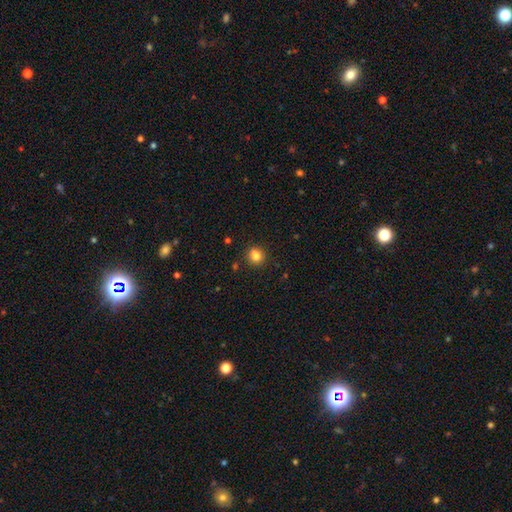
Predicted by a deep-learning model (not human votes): The model was most divided on "merging": none: 79%, minor disturbance: 11%, merger: 7%, major disturbance: 3%. More confident: how rounded — round (85%); smooth or featured — smooth (82%).